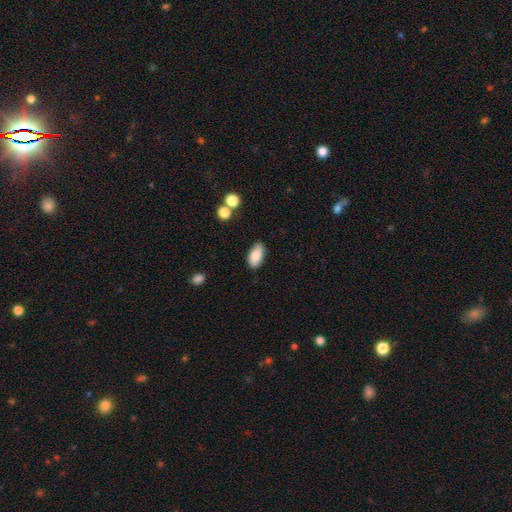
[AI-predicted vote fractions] This appears to be a smooth galaxy with no disk features (81%) that is in between round and cigar-shaped (93%). Merging: none (81%).